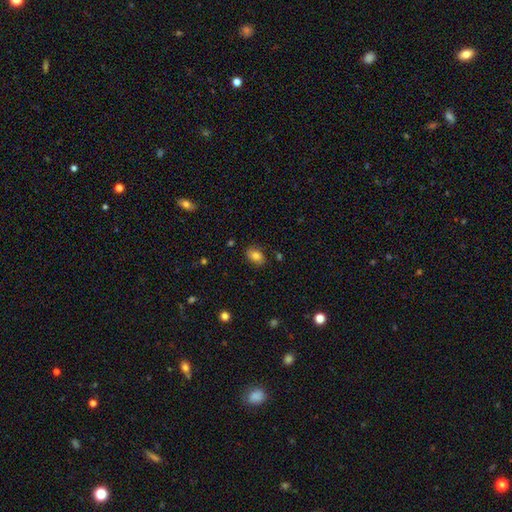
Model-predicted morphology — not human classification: type=smooth (79%); roundness=in between (82%); merging=none (82%).